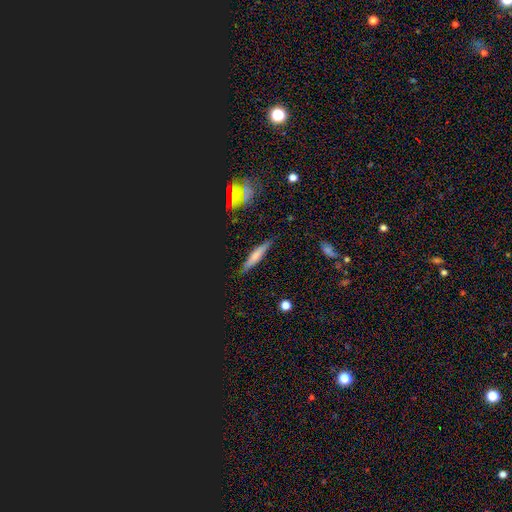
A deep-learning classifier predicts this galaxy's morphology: Smooth or featured? Predicted: smooth (p=0.54). How rounded? Predicted: cigar-shaped (p=0.84). Merging? Predicted: none (p=0.86).